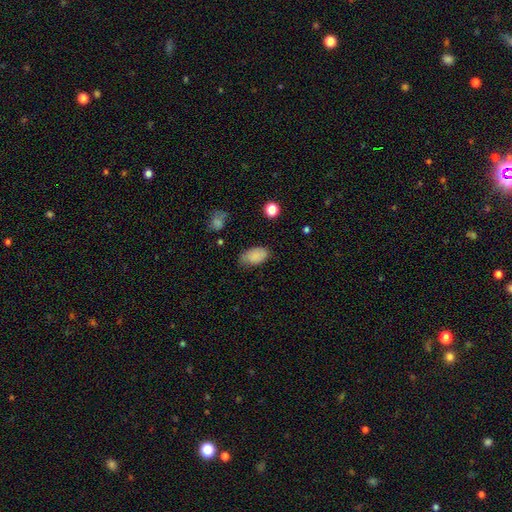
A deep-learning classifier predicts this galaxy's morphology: smooth-or-featured: smooth: 85% | star or artifact: 9% | featured or disk: 6%
  how-rounded: in between: 93% | round: 6% | cigar-shaped: 2%
  merging: none: 67% | minor disturbance: 25% | major disturbance: 6% | merger: 2%